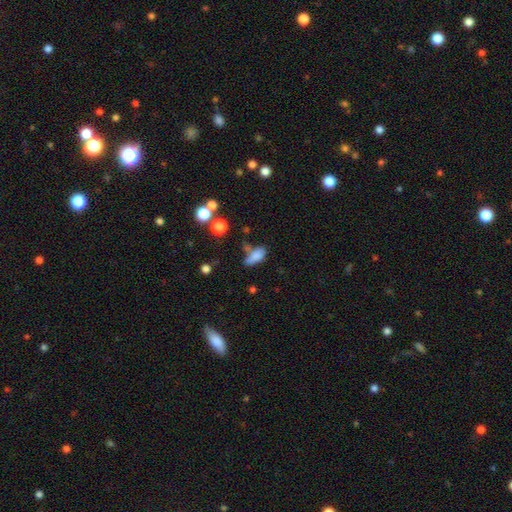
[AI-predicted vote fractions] The model was most divided on "merging": none: 43%, minor disturbance: 30%, merger: 15%, major disturbance: 13%. More confident: how rounded — in between (83%); smooth or featured — smooth (78%).